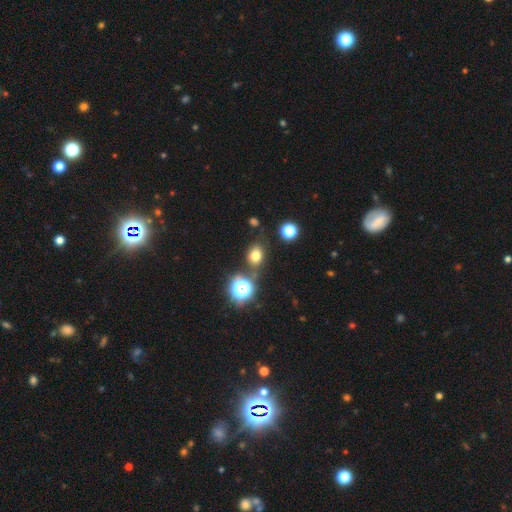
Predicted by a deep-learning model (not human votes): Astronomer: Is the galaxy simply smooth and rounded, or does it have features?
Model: smooth — 71%.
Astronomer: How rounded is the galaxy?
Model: in between — 51% (runner-up: round, 48%).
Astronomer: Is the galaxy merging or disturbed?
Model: none — 72%.